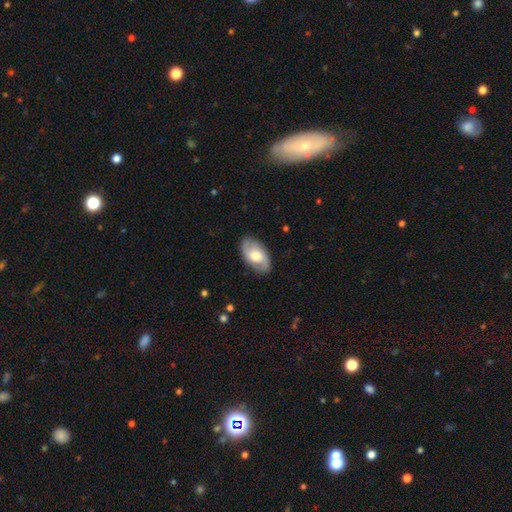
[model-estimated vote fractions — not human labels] Q: Smooth or featured?
A: featured or disk (53%); runner-up: smooth (41%)
Q: Edge-on disk?
A: no (93%); runner-up: yes (7%)
Q: Merging?
A: none (83%); runner-up: minor disturbance (13%)